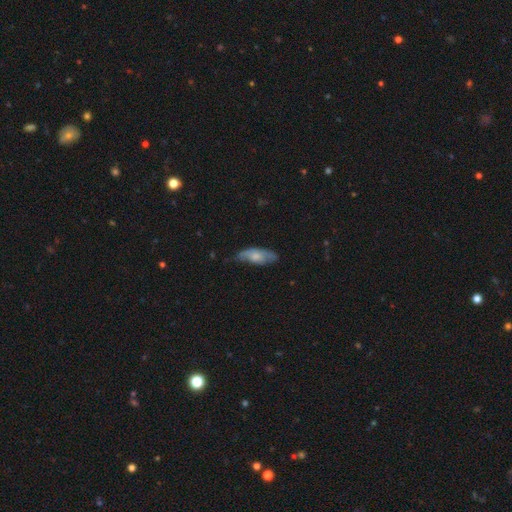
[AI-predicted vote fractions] smooth-or-featured: smooth: 55% | featured or disk: 39% | star or artifact: 6%
  how-rounded: in between: 74% | cigar-shaped: 24% | round: 2%
  merging: none: 56% | minor disturbance: 33% | major disturbance: 9% | merger: 2%